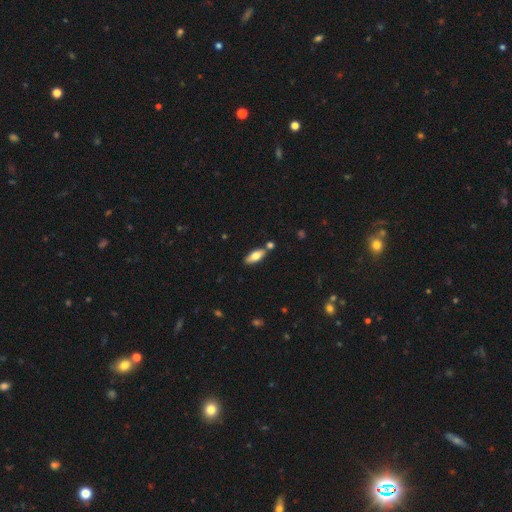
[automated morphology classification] A smooth galaxy with no disk features (70%) that is in between round and cigar-shaped (74%). Merging: none (76%).